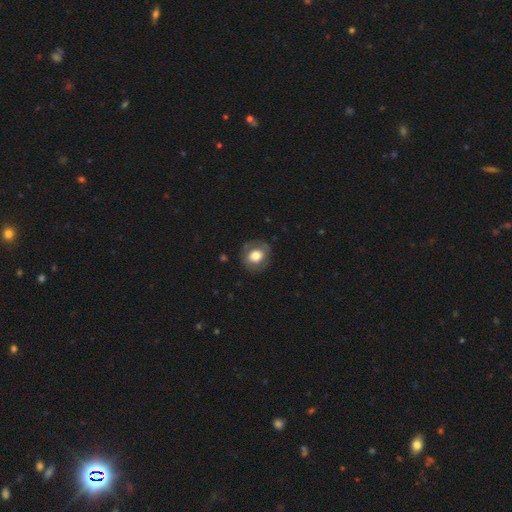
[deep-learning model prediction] smooth 67%, featured or disk 25%, star or artifact 8%. Down the decision tree: how rounded — round (74%); merging — none (80%).